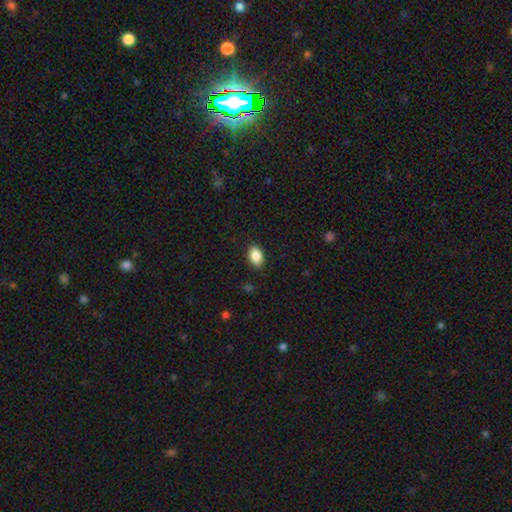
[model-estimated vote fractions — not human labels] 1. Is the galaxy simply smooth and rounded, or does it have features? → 88% smooth, 8% star or artifact, 4% featured or disk.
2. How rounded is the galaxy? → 86% in between, 13% round, 1% cigar-shaped.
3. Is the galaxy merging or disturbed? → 88% none, 9% minor disturbance, 2% major disturbance, 1% merger.